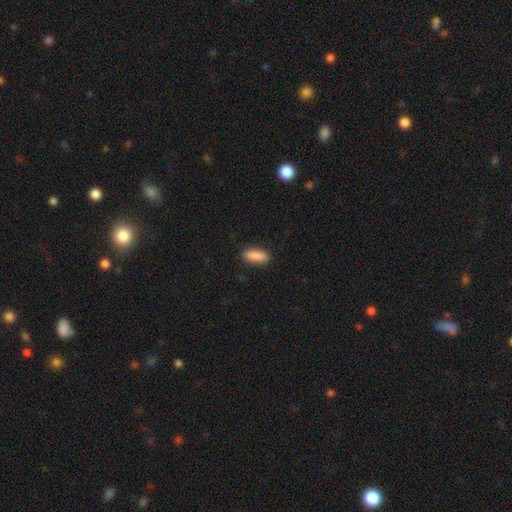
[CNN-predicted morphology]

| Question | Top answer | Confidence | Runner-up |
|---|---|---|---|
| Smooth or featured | smooth | 89% | star or artifact (7%) |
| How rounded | in between | 75% | cigar-shaped (23%) |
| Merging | none | 89% | minor disturbance (8%) |